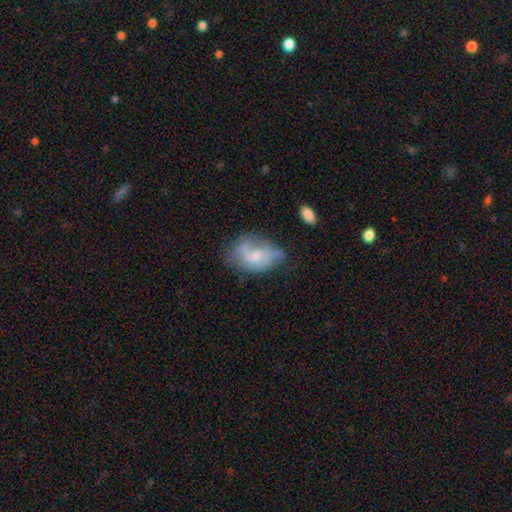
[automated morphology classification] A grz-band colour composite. It shows a featured or disk galaxy (53%) with no bar (51%), spiral arms (67%) and a small central bulge (49%). Merging: none (43%).